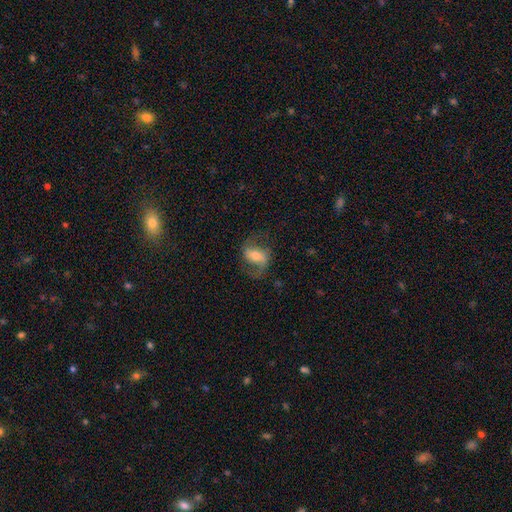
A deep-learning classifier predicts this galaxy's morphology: A featured or disk galaxy (69%) with a weak bar (41%), 2 (83%) loose (49%) spiral arms (90%) and a moderate central bulge (54%).

Vote fractions:
- Smooth or featured? featured or disk: 69% / smooth: 23% / star or artifact: 8%
- Edge-on disk? no: 96% / yes: 4%
- Bar? weak: 41% / strong: 35% / no: 24%
- Spiral arms? yes: 90% / no: 10%
- Spiral winding? loose: 49% / medium: 41% / tight: 10%
- Spiral arm count? 2: 83% / 1: 9% / can't tell: 5% / 3: 1% / 4: 1% / more than 4: 1%
- Bulge size? moderate: 54% / small: 30% / large: 11% / none: 3% / dominant: 2%
- Merging? none: 67% / minor disturbance: 17% / major disturbance: 15% / merger: 2%